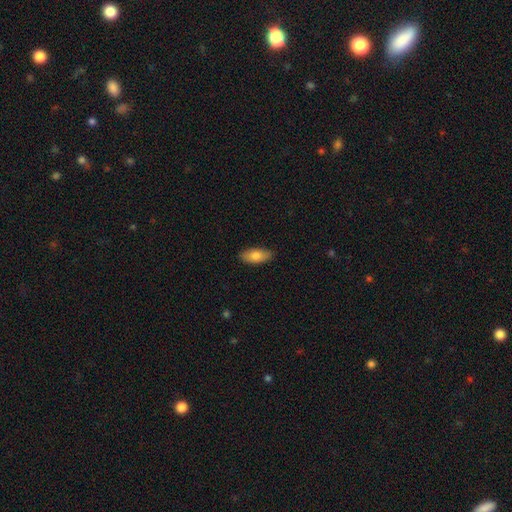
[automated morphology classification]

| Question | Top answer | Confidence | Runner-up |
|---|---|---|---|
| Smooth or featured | smooth | 79% | featured or disk (15%) |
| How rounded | in between | 87% | cigar-shaped (10%) |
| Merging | none | 85% | minor disturbance (12%) |